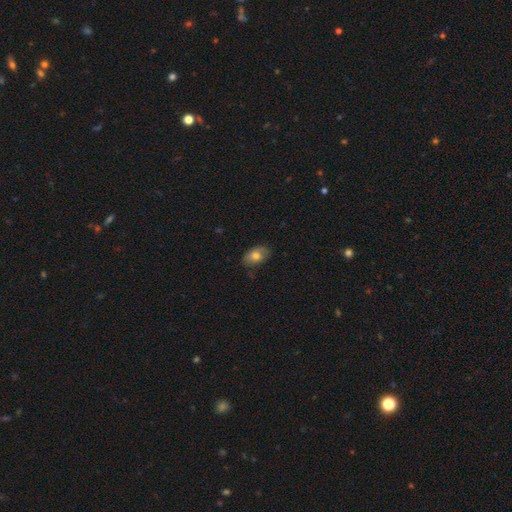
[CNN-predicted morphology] A smooth galaxy with no disk features (75%) that is in between round and cigar-shaped (89%). Merging: none (77%).